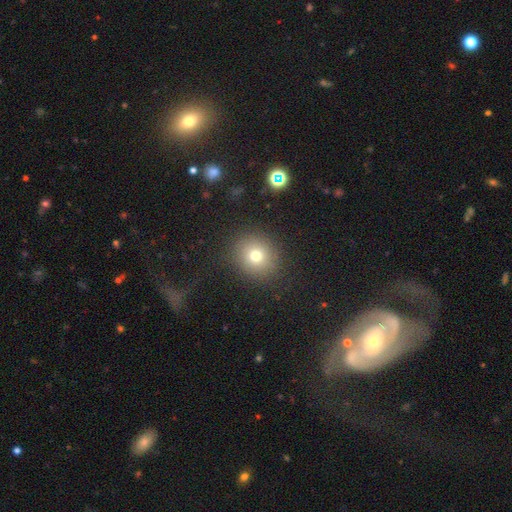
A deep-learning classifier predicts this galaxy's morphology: This appears to be a smooth galaxy with no disk features (73%) that is round (86%). Merging: none (87%).